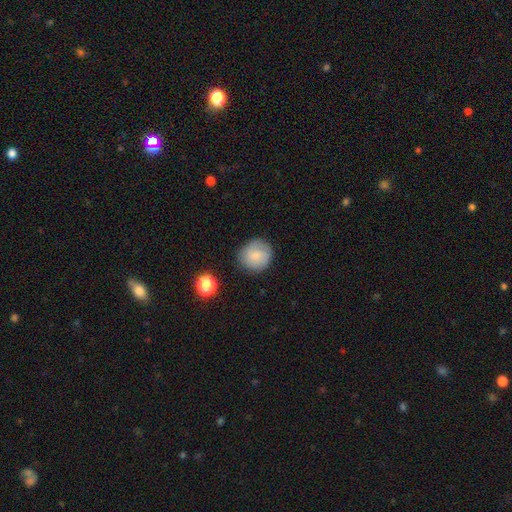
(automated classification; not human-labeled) smooth 74%, featured or disk 18%, star or artifact 9%. Down the decision tree: how rounded — round (89%); merging — none (81%).